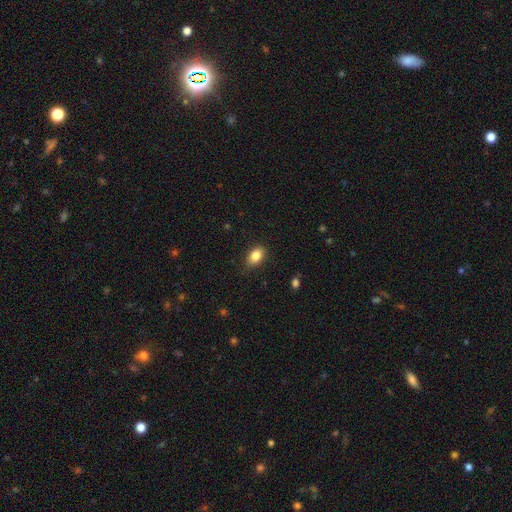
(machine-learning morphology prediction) The model was most divided on "merging": none: 83%, minor disturbance: 13%, major disturbance: 3%, merger: 1%. More confident: how rounded — in between (86%); smooth or featured — smooth (85%).